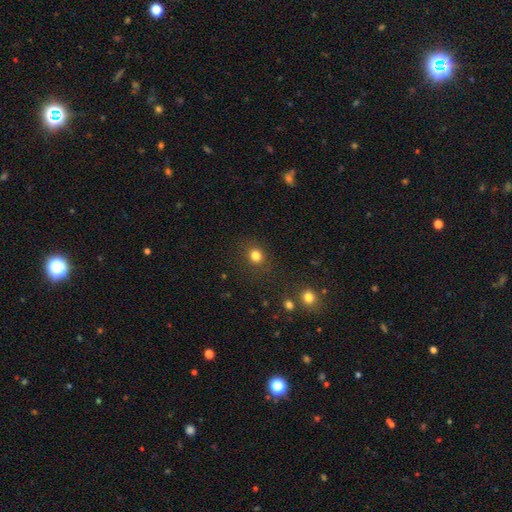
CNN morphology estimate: Smooth or featured? Predicted: smooth (p=0.81). How rounded? Predicted: round (p=0.78). Merging? Predicted: none (p=0.84).